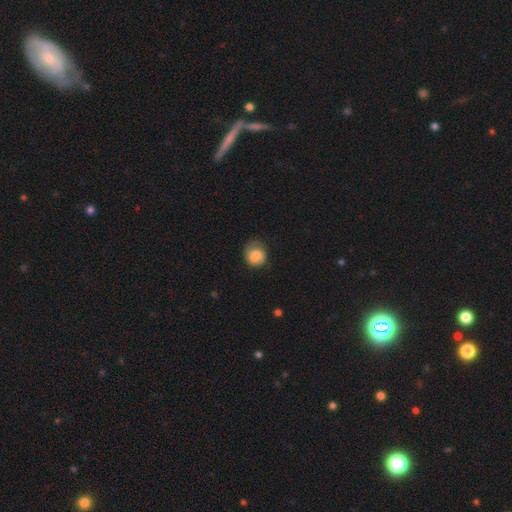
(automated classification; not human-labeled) A smooth galaxy with no disk features (71%) that is round (67%). Merging: none (55%).